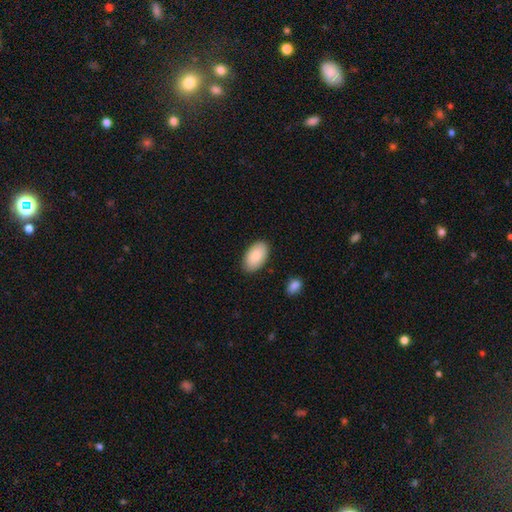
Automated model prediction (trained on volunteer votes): Smooth or featured?
  - smooth: 86% *
  - featured or disk: 8%
  - star or artifact: 6%
How rounded?
  - in between: 95% *
  - round: 4%
  - cigar-shaped: 1%
Merging?
  - none: 85% *
  - minor disturbance: 11%
  - major disturbance: 2%
  - merger: 2%